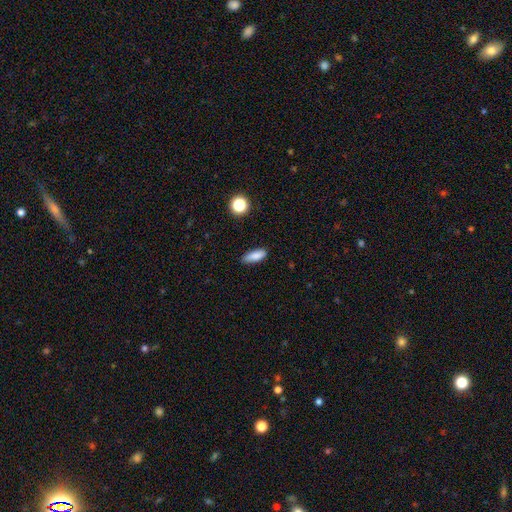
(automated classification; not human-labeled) Q: Smooth or featured?
A: smooth (85%); runner-up: star or artifact (8%)
Q: How rounded?
A: in between (66%); runner-up: cigar-shaped (31%)
Q: Merging?
A: none (82%); runner-up: minor disturbance (14%)